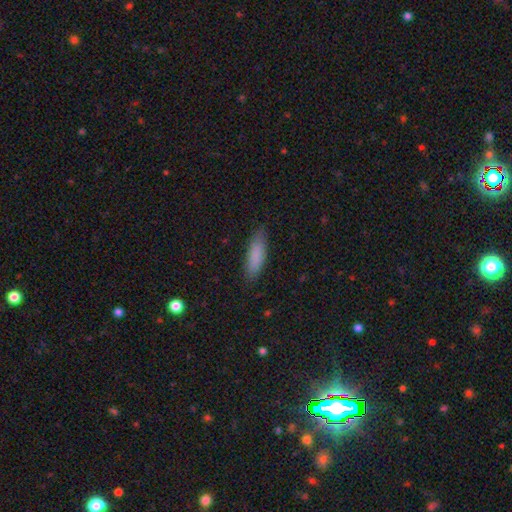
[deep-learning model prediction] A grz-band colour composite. It shows a smooth galaxy with no disk features (85%) that is cigar-shaped (56%). Merging: none (85%).